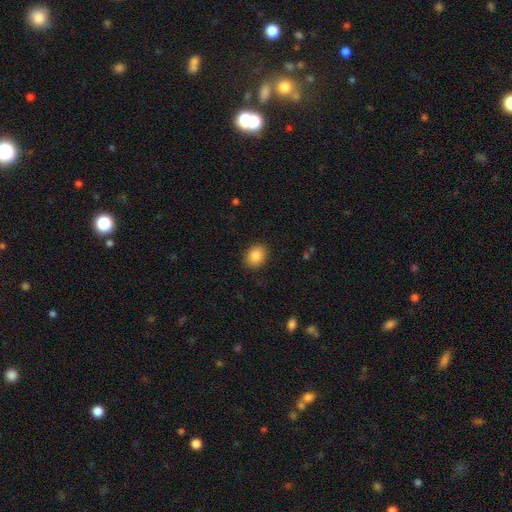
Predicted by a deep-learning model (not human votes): The model was most divided on "how rounded": in between: 52%, round: 47%, cigar-shaped: 1%. More confident: merging — none (89%); smooth or featured — smooth (86%).